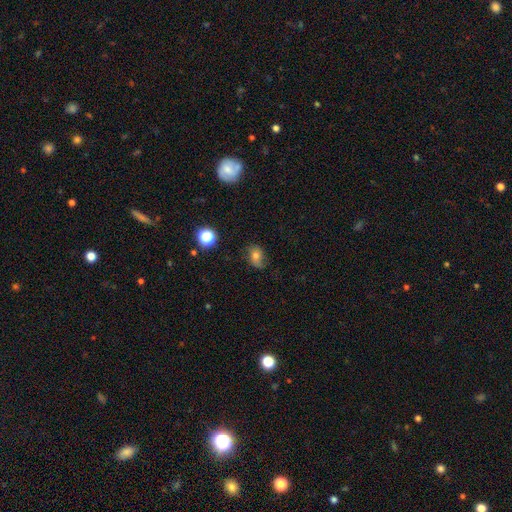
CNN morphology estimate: Smooth or featured?
  - smooth: 64% *
  - featured or disk: 22%
  - star or artifact: 14%
How rounded?
  - in between: 64% *
  - round: 34%
  - cigar-shaped: 1%
Merging?
  - none: 60% *
  - minor disturbance: 28%
  - major disturbance: 11%
  - merger: 2%